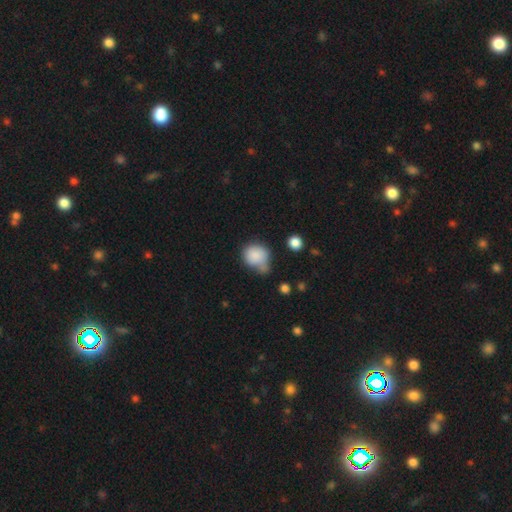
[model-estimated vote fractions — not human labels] Overall: smooth (84%). How rounded: round (72%). Merging: none (38%; minor disturbance 33%).